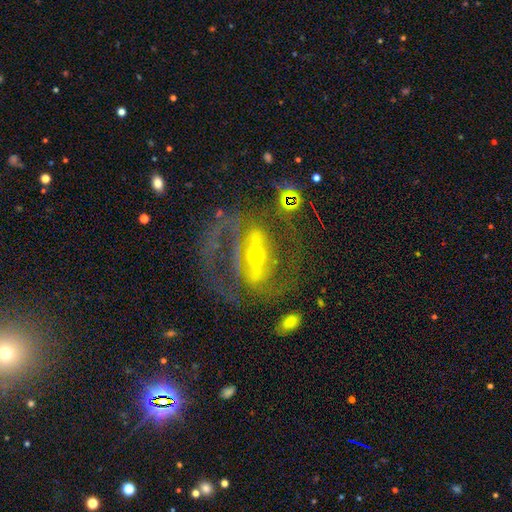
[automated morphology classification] Overall: featured or disk (86%). Edge-on disk: no (91%). Bar: strong (74%). Spiral arms: yes (70%). Spiral arm count: 2 (66%). Spiral winding: medium (46%; tight 36%). Bulge size: small (54%; moderate 41%). Merging: none (60%; major disturbance 21%).